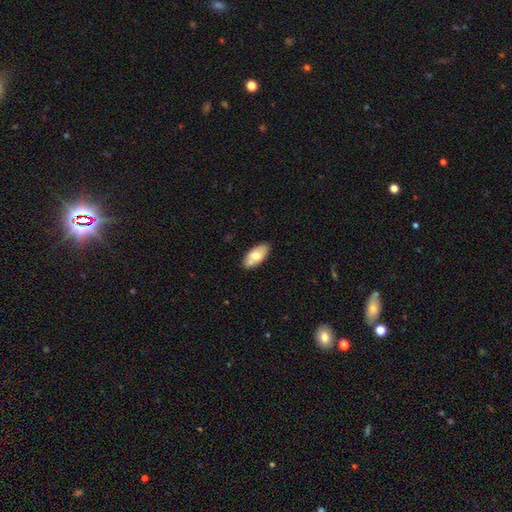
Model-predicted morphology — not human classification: This appears to be a smooth galaxy with no disk features (66%) that is in between round and cigar-shaped (92%). Merging: none (71%).